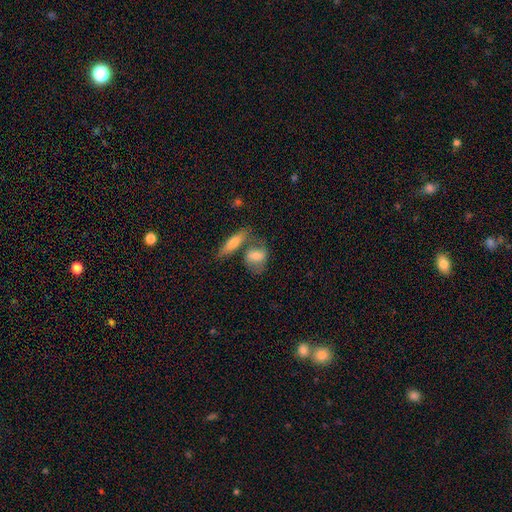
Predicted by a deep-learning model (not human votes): smooth 67%, featured or disk 26%, star or artifact 7%. Down the decision tree: how rounded — in between (71%); merging — none (40%).